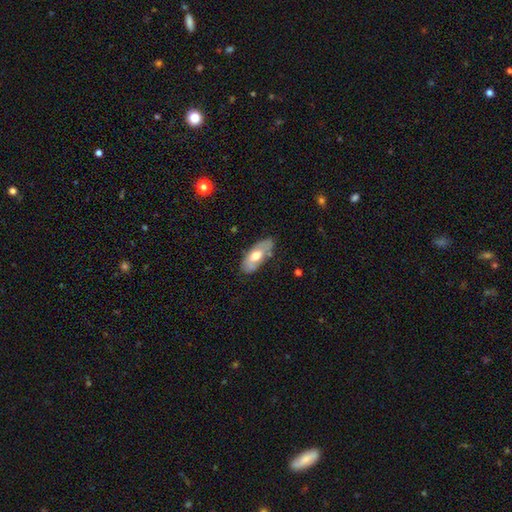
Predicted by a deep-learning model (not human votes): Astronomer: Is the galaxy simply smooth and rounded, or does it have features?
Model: smooth — 55% (runner-up: featured or disk, 39%).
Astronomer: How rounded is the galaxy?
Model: in between — 85%.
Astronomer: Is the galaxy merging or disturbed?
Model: none — 72%.